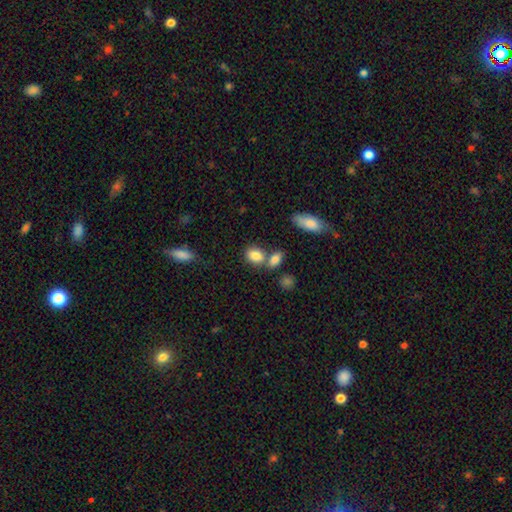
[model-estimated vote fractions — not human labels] This is clearly a smooth galaxy (84%). How rounded: likely in between (73%). Merging: possibly none (54%).